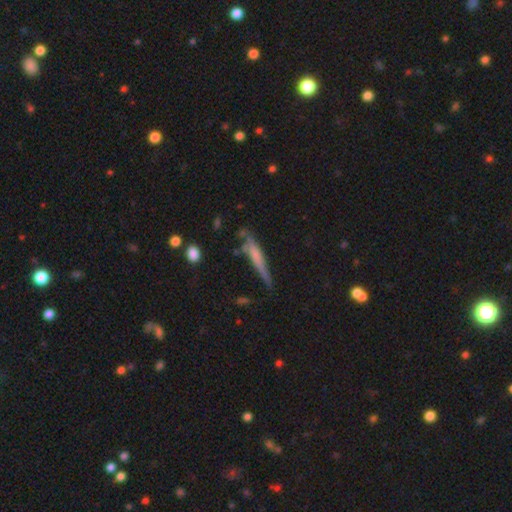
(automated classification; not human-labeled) This appears to be a smooth galaxy with no disk features (48%). Merging: none (57%).